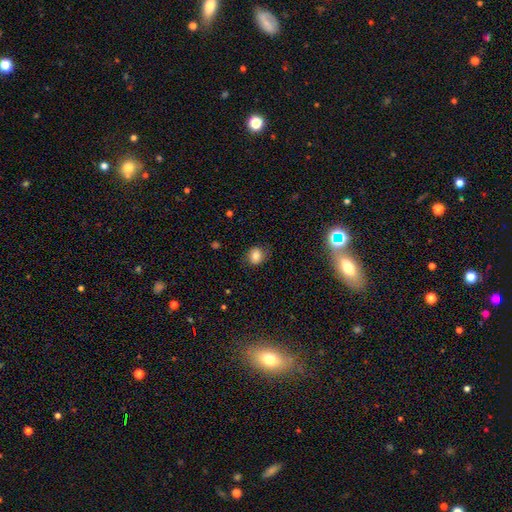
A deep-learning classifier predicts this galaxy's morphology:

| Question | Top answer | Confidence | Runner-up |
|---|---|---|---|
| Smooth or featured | smooth | 77% | star or artifact (12%) |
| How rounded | round | 60% | in between (39%) |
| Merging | none | 78% | minor disturbance (16%) |